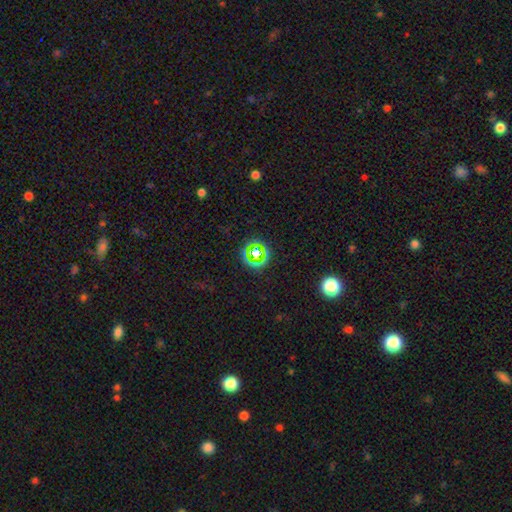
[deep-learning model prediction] Smooth or featured?
  - star or artifact: 58% *
  - smooth: 29%
  - featured or disk: 12%